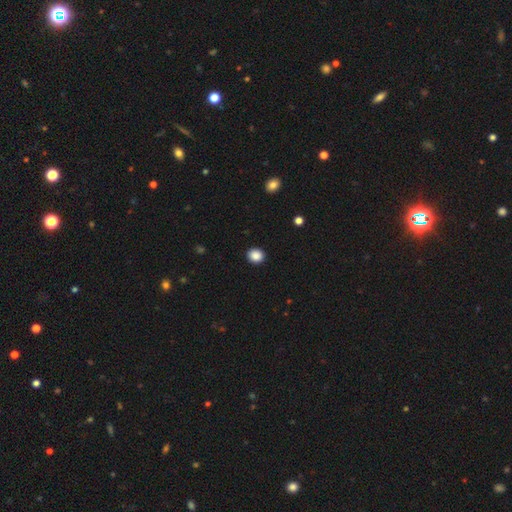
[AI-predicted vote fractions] The model was most divided on "how rounded": round: 75%, in between: 24%, cigar-shaped: 1%. More confident: merging — none (92%); smooth or featured — smooth (88%).